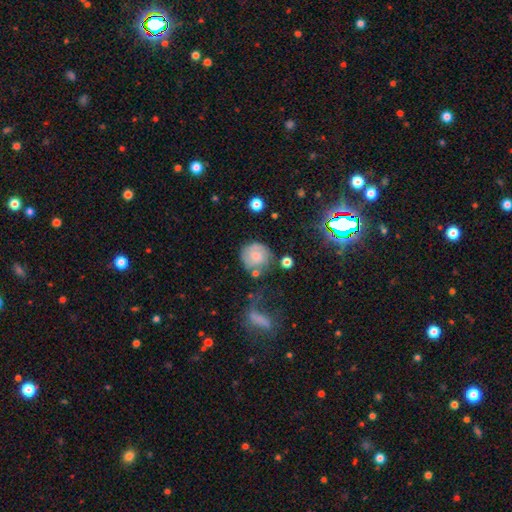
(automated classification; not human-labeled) This appears to be a smooth galaxy with no disk features (51%) that is round (87%). Merging: none (59%).